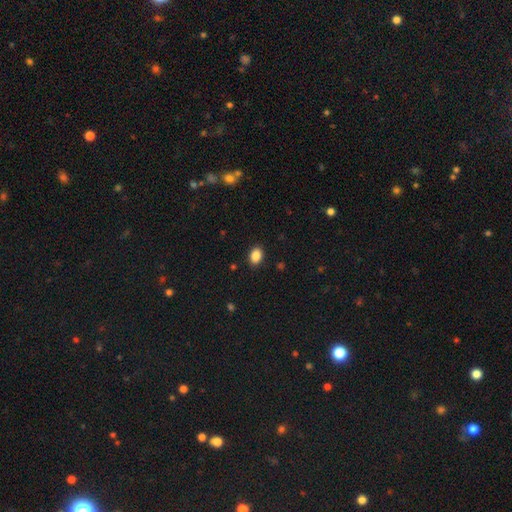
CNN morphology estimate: Overall: smooth (88%). How rounded: in between (74%). Merging: none (89%).